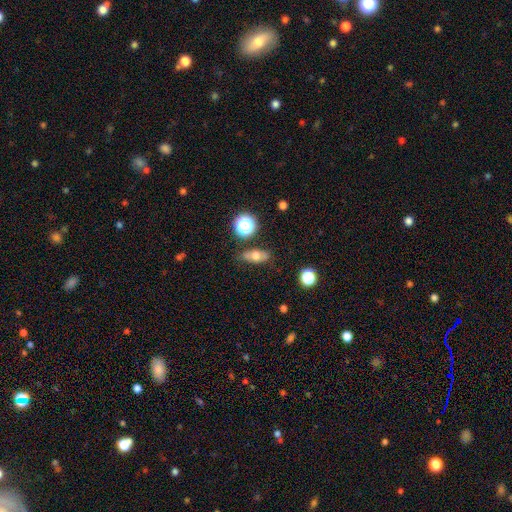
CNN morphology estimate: smooth_or_featured: smooth (p=0.63) [alt: featured or disk p=0.24]
how_rounded: in between (p=0.67) [alt: round p=0.17]
merging: none (p=0.75) [alt: minor disturbance p=0.16]